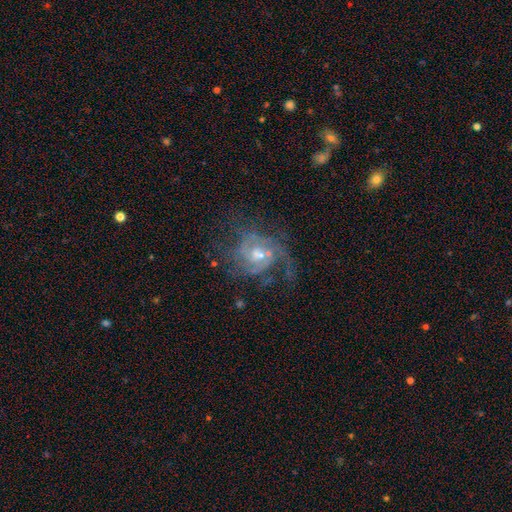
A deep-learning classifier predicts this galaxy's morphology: Smooth or featured?
  - featured or disk: 83% *
  - star or artifact: 10%
  - smooth: 8%
Edge-on disk?
  - no: 97% *
  - yes: 3%
Bar?
  - no: 49% *
  - weak: 42%
  - strong: 9%
Spiral arms?
  - yes: 94% *
  - no: 6%
Spiral winding?
  - medium: 44% *
  - tight: 38%
  - loose: 18%
Spiral arm count?
  - 2: 34% *
  - can't tell: 25%
  - 3: 22%
  - 1: 8%
  - 4: 7%
  - more than 4: 5%
Bulge size?
  - moderate: 57% *
  - small: 34%
  - large: 5%
  - none: 3%
  - dominant: 1%
Merging?
  - none: 59% *
  - major disturbance: 21%
  - minor disturbance: 17%
  - merger: 2%